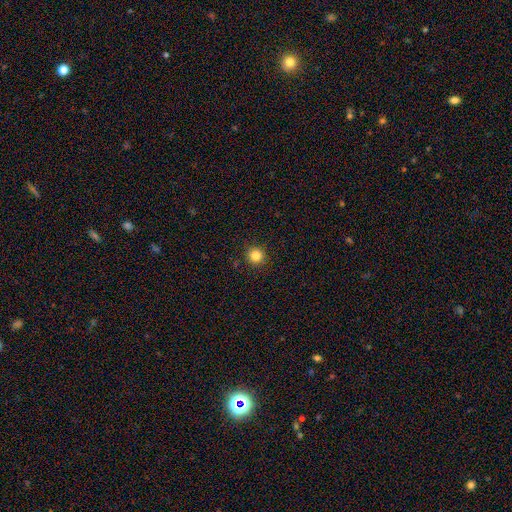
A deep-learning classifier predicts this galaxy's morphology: This appears to be a smooth galaxy with no disk features (84%) that is round (95%). Merging: none (92%).